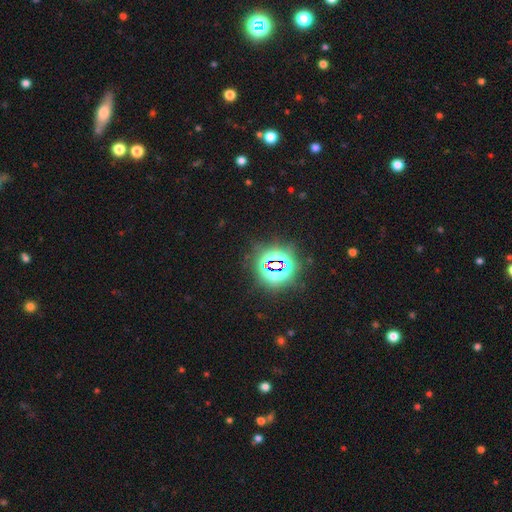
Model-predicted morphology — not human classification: This appears to be a star or artifact, not a galaxy (81%).